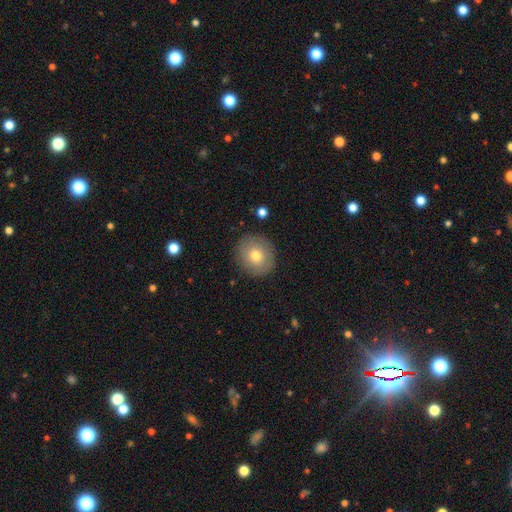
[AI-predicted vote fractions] Smooth or featured? smooth (73%)
How rounded? round (86%)
Merging? none (88%)